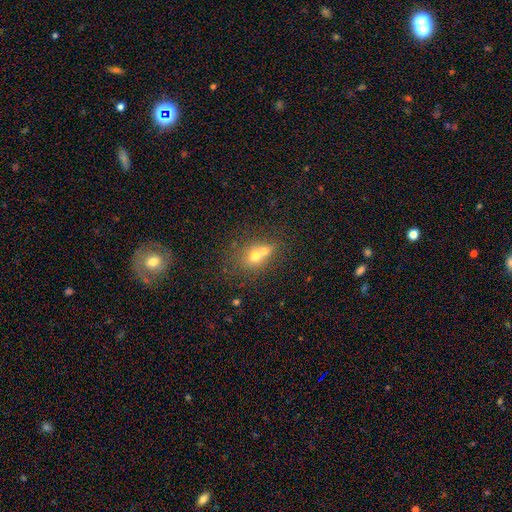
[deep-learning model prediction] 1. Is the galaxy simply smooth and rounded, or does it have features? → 63% smooth, 23% featured or disk, 14% star or artifact.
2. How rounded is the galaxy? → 60% round, 38% in between, 2% cigar-shaped.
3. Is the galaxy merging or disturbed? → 60% merger, 29% none, 7% minor disturbance, 4% major disturbance.